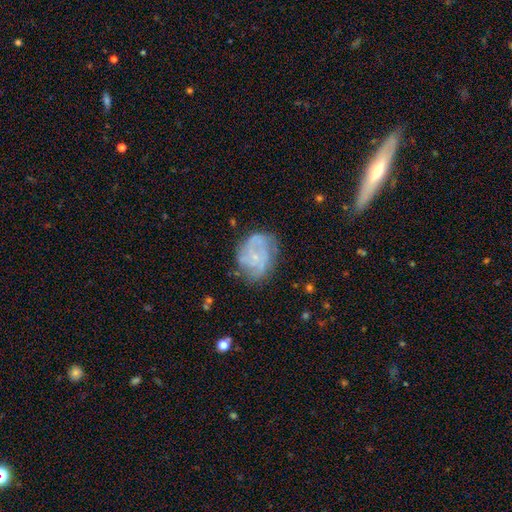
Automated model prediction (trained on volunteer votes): Smooth or featured? featured or disk (71%)
Edge-on disk? no (98%)
Bar? no (72%)
Spiral arms? yes (83%)
Spiral winding? tight (42%)
Spiral arm count? can't tell (36%)
Bulge size? small (75%)
Merging? none (61%)